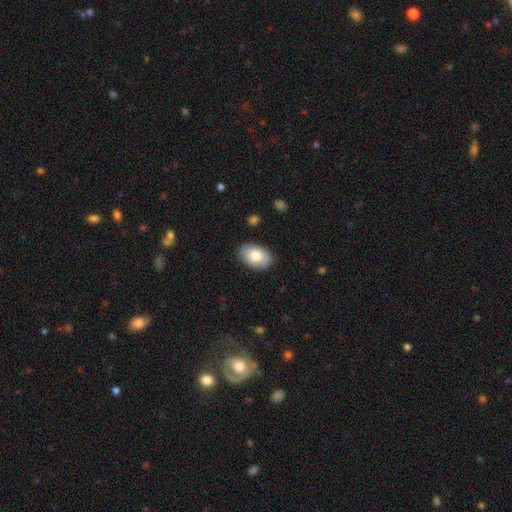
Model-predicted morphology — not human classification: Smooth or featured? smooth (82%)
How rounded? in between (91%)
Merging? none (85%)